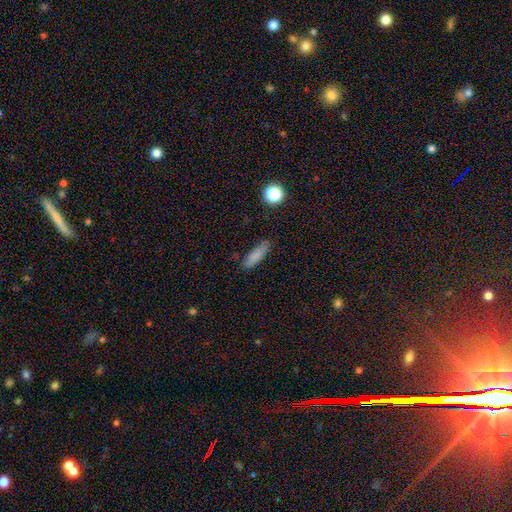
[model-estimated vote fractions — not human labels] smooth-or-featured: smooth: 82% | star or artifact: 9% | featured or disk: 9%
  how-rounded: cigar-shaped: 52% | in between: 45% | round: 3%
  merging: none: 76% | minor disturbance: 18% | major disturbance: 4% | merger: 2%